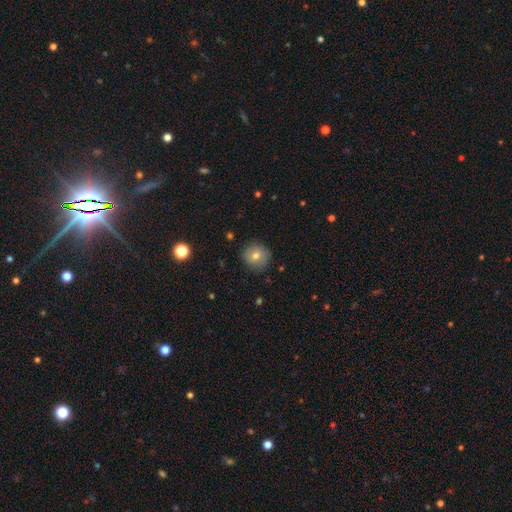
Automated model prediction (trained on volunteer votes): The model was most divided on "smooth or featured": smooth: 71%, featured or disk: 18%, star or artifact: 11%. More confident: how rounded — round (92%); merging — none (85%).